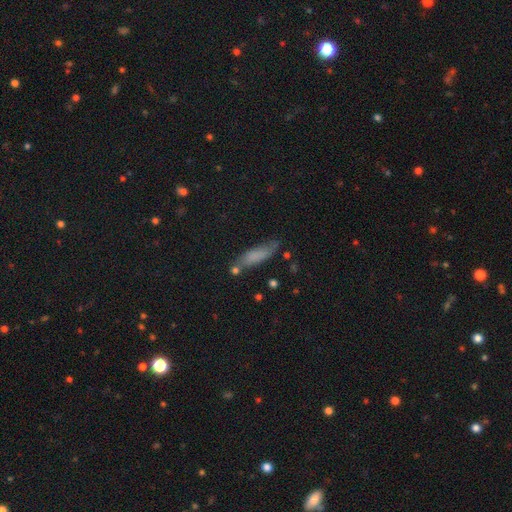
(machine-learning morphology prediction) Smooth or featured: smooth — 72% (featured or disk — 18%)
How rounded: cigar-shaped — 63% (in between — 34%)
Merging: none — 67% (minor disturbance — 21%)